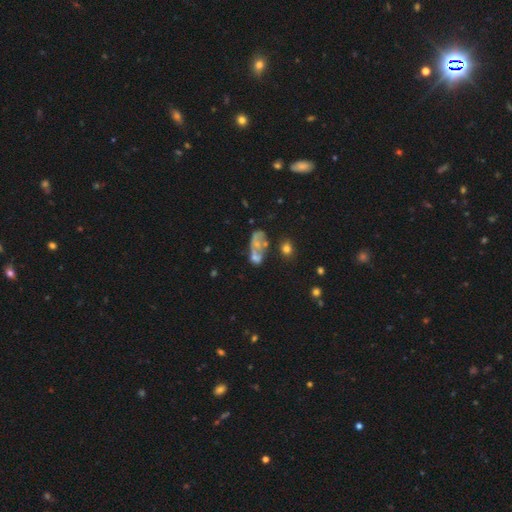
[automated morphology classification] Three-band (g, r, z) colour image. It shows a featured or disk galaxy (46%). Merging: merger (33%).